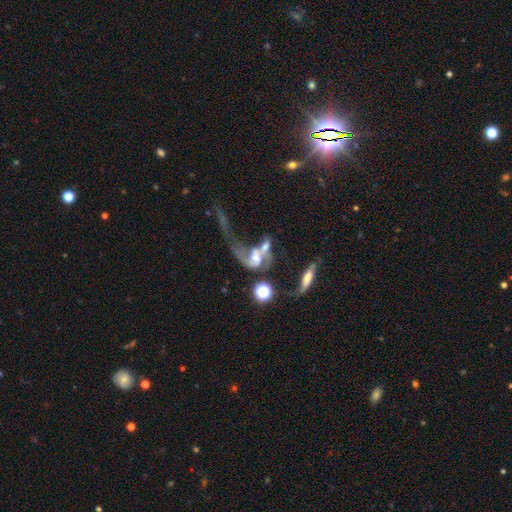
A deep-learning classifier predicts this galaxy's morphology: Smooth or featured: featured or disk — 70% (smooth — 18%)
Edge-on disk: no — 92% (yes — 8%)
Bar: no — 53% (weak — 34%)
Spiral arms: yes — 79% (no — 21%)
Spiral winding: loose — 77% (medium — 17%)
Spiral arm count: 2 — 59% (1 — 27%)
Bulge size: moderate — 43% (small — 26%)
Merging: merger — 53% (major disturbance — 26%)